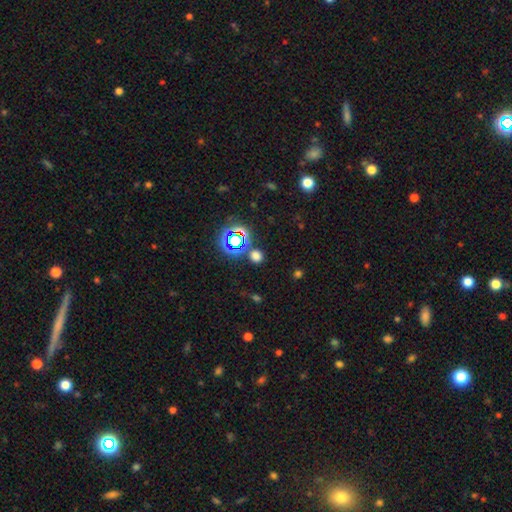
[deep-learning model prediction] smooth 63%, star or artifact 31%, featured or disk 5%. Down the decision tree: how rounded — round (87%); merging — none (81%).